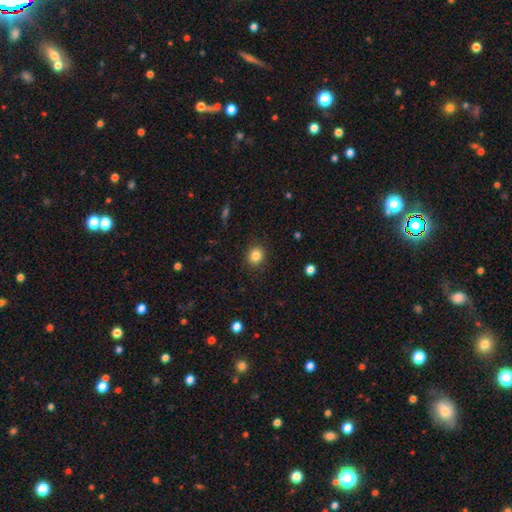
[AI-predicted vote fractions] Overall: smooth (84%). How rounded: round (74%). Merging: none (87%).